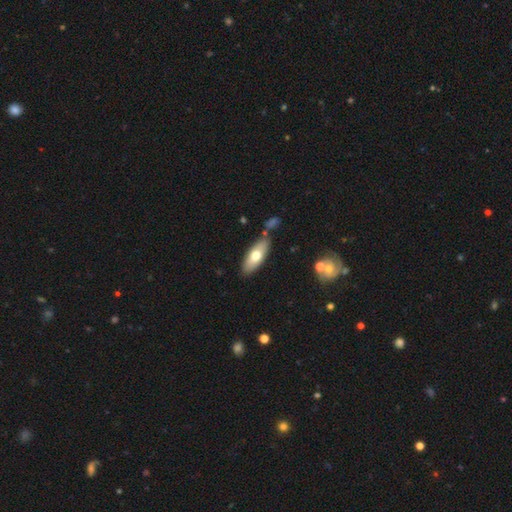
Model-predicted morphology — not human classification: A smooth galaxy with no disk features (67%) that is in between round and cigar-shaped (72%).

Vote fractions:
- Smooth or featured? smooth: 67% / featured or disk: 27% / star or artifact: 6%
- How rounded? in between: 72% / cigar-shaped: 25% / round: 2%
- Merging? none: 80% / minor disturbance: 12% / merger: 6% / major disturbance: 3%